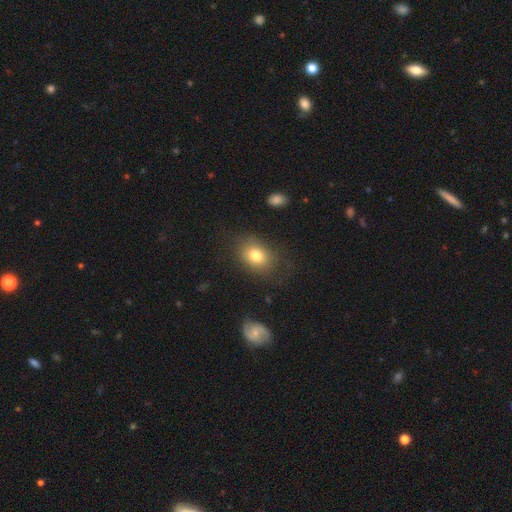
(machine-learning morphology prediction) A smooth galaxy with no disk features (78%) that is in between round and cigar-shaped (60%). Merging: none (74%).